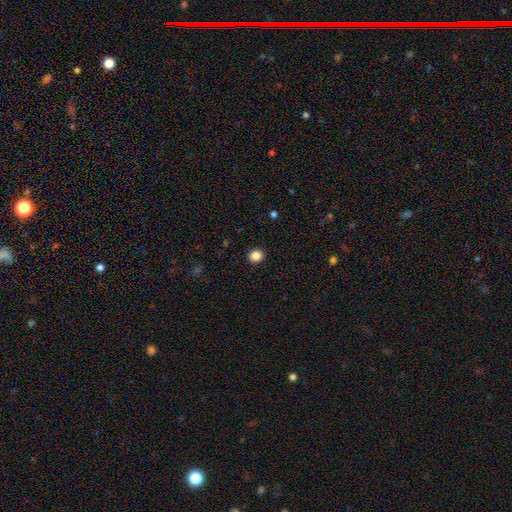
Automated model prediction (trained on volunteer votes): This is clearly a smooth galaxy (86%). How rounded: likely round (73%). Merging: clearly none (92%).